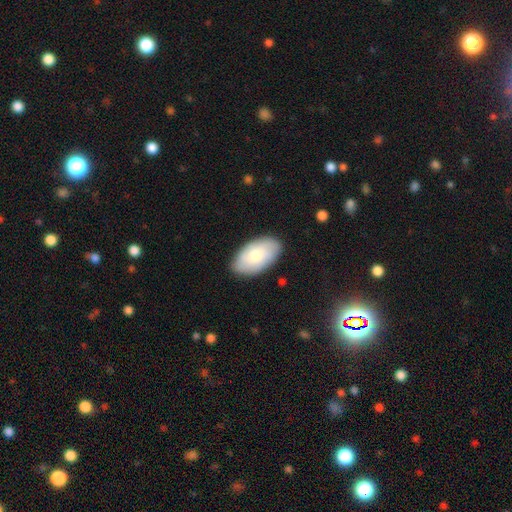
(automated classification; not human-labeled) A smooth galaxy with no disk features (73%) that is in between round and cigar-shaped (95%).

Vote fractions:
- Smooth or featured? smooth: 73% / featured or disk: 22% / star or artifact: 5%
- How rounded? in between: 95% / round: 4% / cigar-shaped: 1%
- Merging? none: 84% / minor disturbance: 12% / major disturbance: 2% / merger: 1%